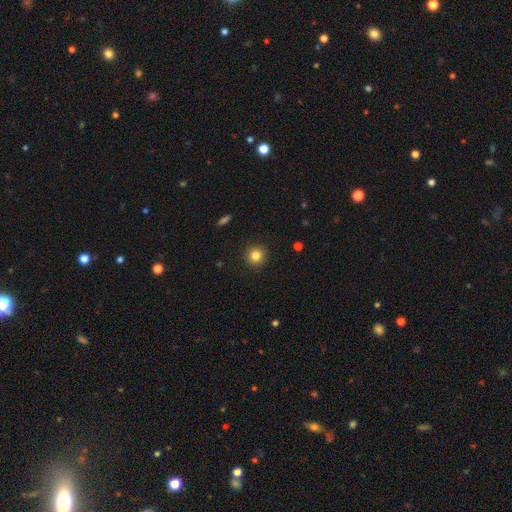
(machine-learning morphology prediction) Overall: smooth (83%). How rounded: round (95%). Merging: none (92%).